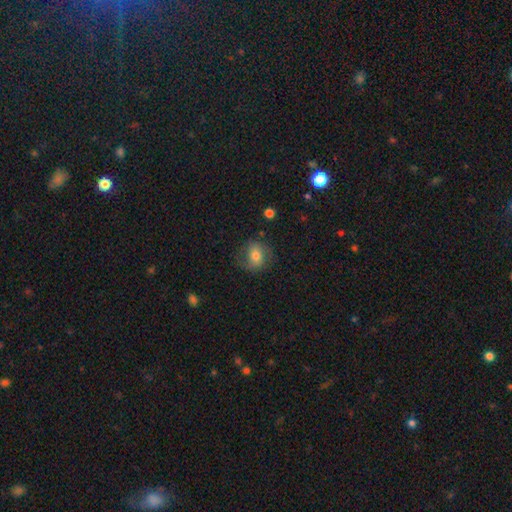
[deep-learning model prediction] Overall: smooth (55%; featured or disk 36%). How rounded: round (62%; in between 37%). Merging: none (67%).